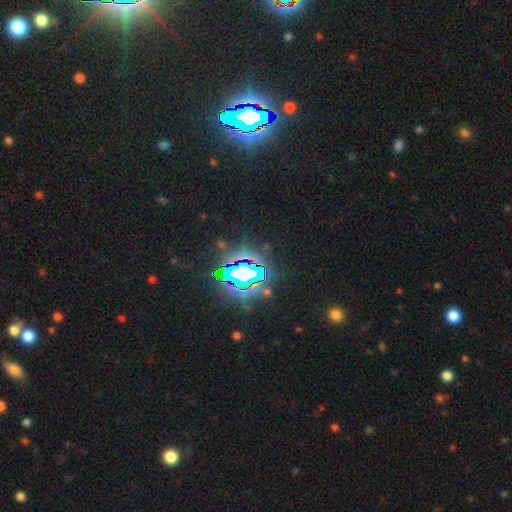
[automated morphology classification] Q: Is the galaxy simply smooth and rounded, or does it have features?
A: star or artifact — 84%.